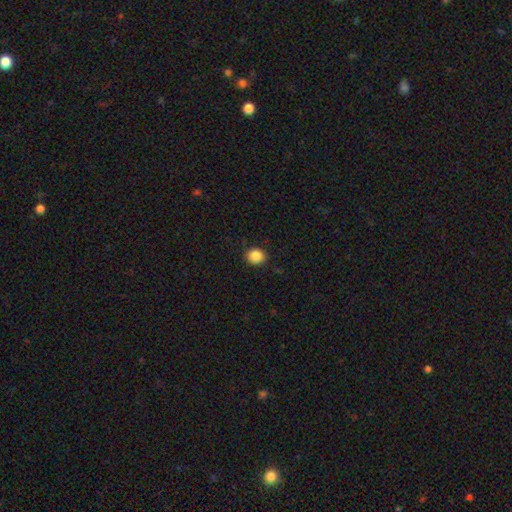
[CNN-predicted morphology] type=smooth (87%); roundness=round (77%); merging=none (89%).